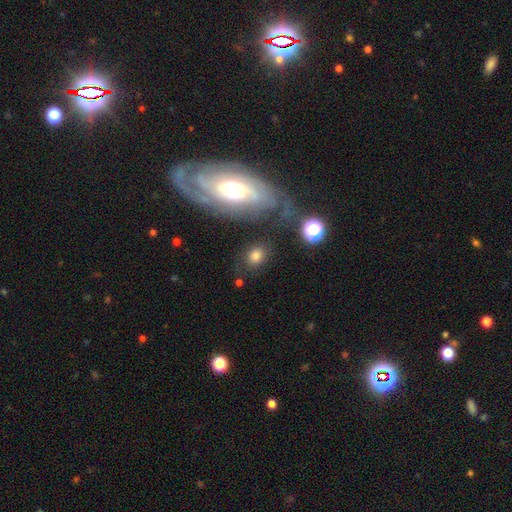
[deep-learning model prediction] Overall: smooth (75%). How rounded: round (54%; in between 44%). Merging: none (79%).